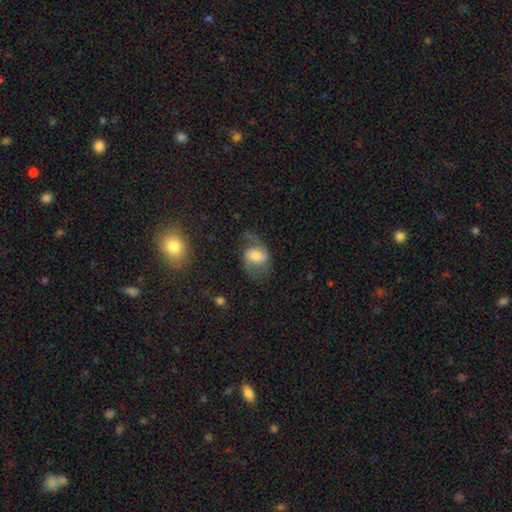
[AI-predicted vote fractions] smooth-or-featured: featured or disk: 59% | smooth: 33% | star or artifact: 8%
  disk-edge-on: no: 96% | yes: 4%
    bar: no: 47% | weak: 39% | strong: 15%
    has-spiral-arms: yes: 87% | no: 13%
    bulge-size: moderate: 45% | large: 25% | small: 21% | dominant: 5% | none: 5%
  merging: none: 53% | major disturbance: 23% | minor disturbance: 22% | merger: 2%